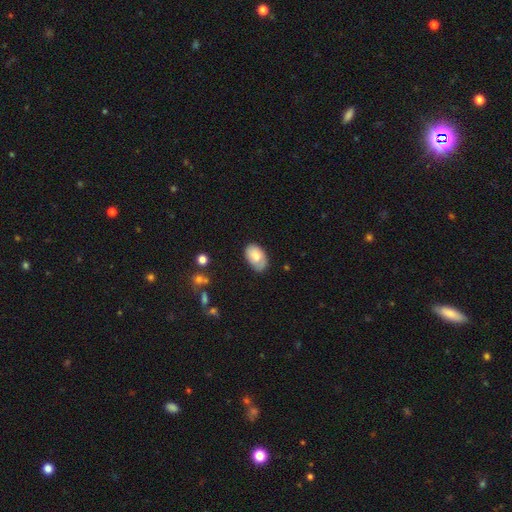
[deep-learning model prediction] This is likely a smooth galaxy (77%). How rounded: clearly in between (91%). Merging: likely none (66%).